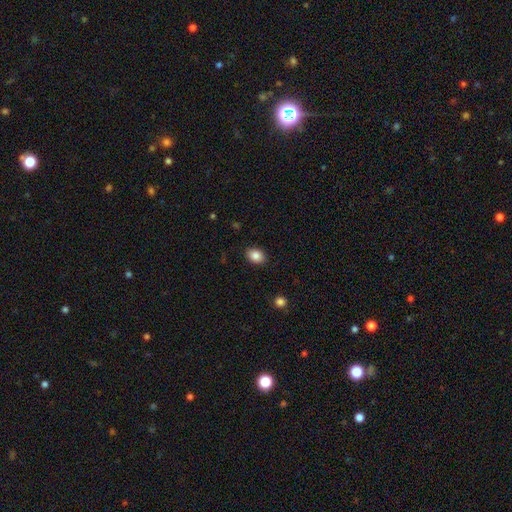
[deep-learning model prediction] This appears to be a smooth galaxy with no disk features (86%) that is in between round and cigar-shaped (75%). Merging: none (88%).